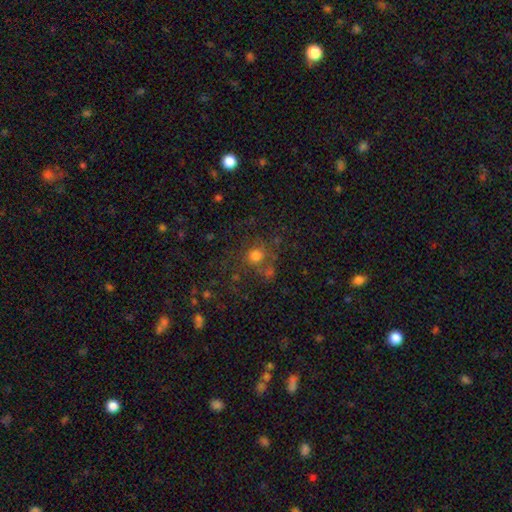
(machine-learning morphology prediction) smooth-or-featured: smooth: 66% | star or artifact: 20% | featured or disk: 14%
  how-rounded: round: 86% | in between: 13% | cigar-shaped: 1%
  merging: none: 63% | minor disturbance: 15% | major disturbance: 11% | merger: 11%